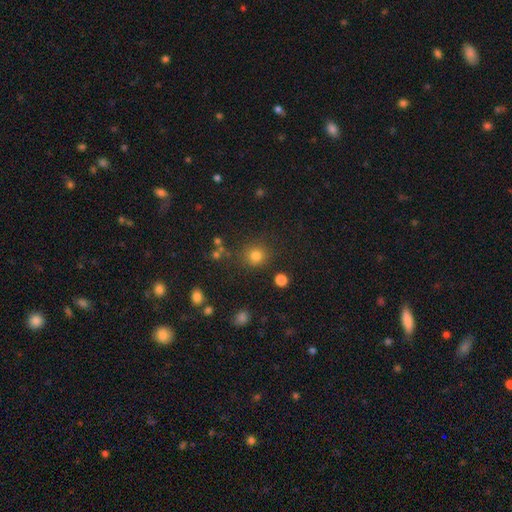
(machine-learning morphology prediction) smooth-or-featured: smooth: 78% | star or artifact: 16% | featured or disk: 6%
  how-rounded: round: 90% | in between: 9% | cigar-shaped: 1%
  merging: none: 84% | minor disturbance: 9% | merger: 4% | major disturbance: 4%